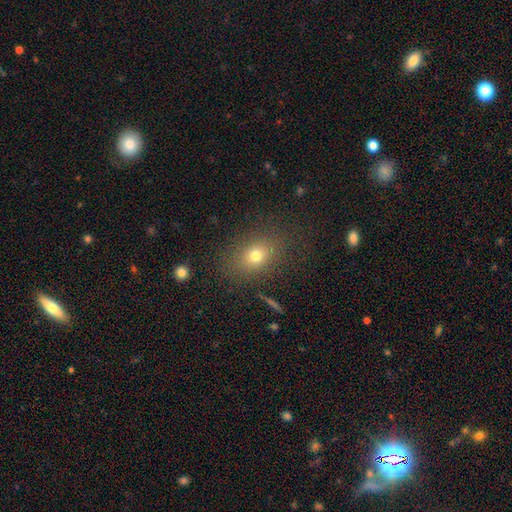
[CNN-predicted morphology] Smooth or featured: smooth — 73% (star or artifact — 14%)
How rounded: in between — 65% (round — 33%)
Merging: none — 82% (minor disturbance — 11%)